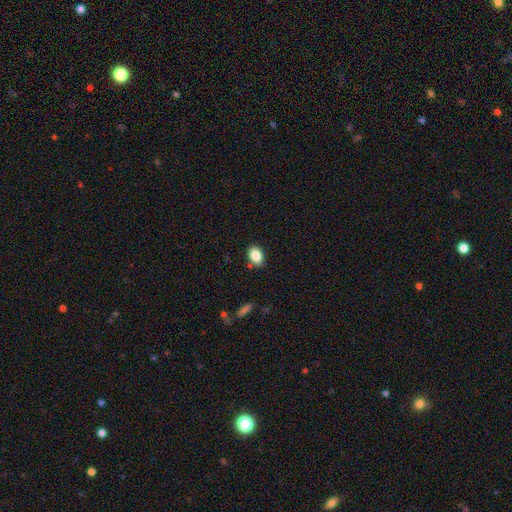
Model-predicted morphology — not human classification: A smooth galaxy with no disk features (86%) that is in between round and cigar-shaped (83%). Merging: none (86%).